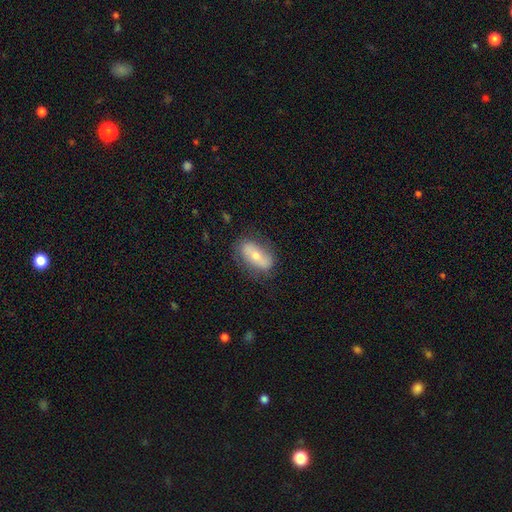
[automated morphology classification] smooth_or_featured: smooth (p=0.51) [alt: featured or disk p=0.42]
how_rounded: in between (p=0.82) [alt: cigar-shaped p=0.13]
merging: none (p=0.75) [alt: minor disturbance p=0.18]